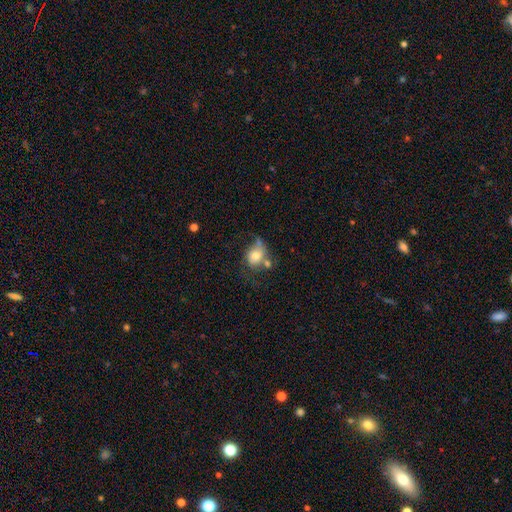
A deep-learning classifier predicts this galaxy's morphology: Q: Smooth or featured?
A: smooth (63%); runner-up: featured or disk (28%)
Q: How rounded?
A: in between (50%); runner-up: round (49%)
Q: Merging?
A: none (32%); runner-up: minor disturbance (24%)